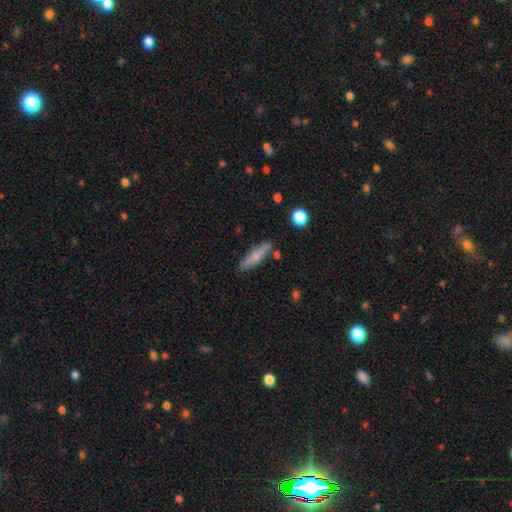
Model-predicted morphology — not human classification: Q: Smooth or featured?
A: smooth (71%); runner-up: featured or disk (22%)
Q: How rounded?
A: cigar-shaped (76%); runner-up: in between (22%)
Q: Merging?
A: none (82%); runner-up: minor disturbance (12%)